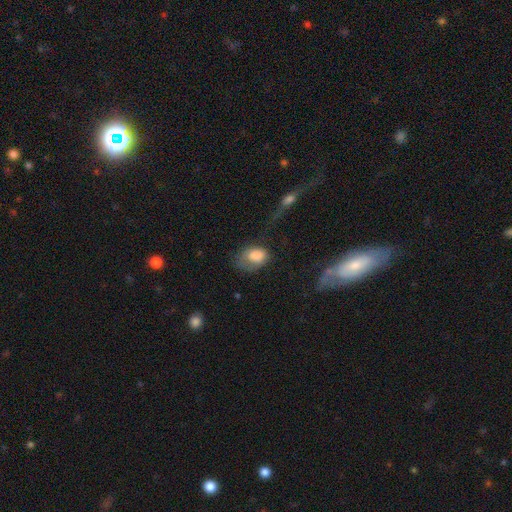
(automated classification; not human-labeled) smooth_or_featured: smooth (p=0.78) [alt: featured or disk p=0.13]
how_rounded: in between (p=0.80) [alt: round p=0.19]
merging: none (p=0.34) [alt: major disturbance p=0.33]